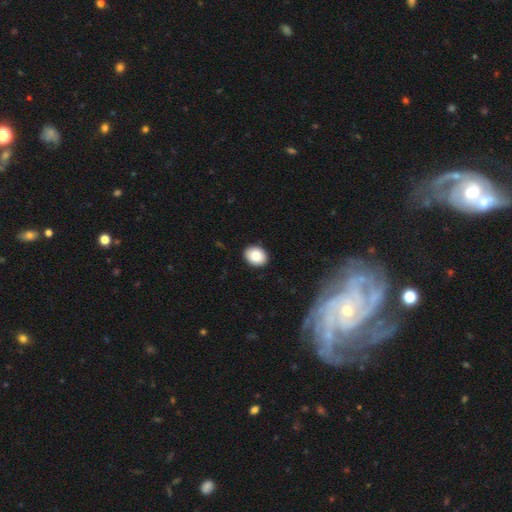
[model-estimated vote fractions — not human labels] This is clearly a smooth galaxy (83%). How rounded: possibly in between (53%). Merging: clearly none (91%).